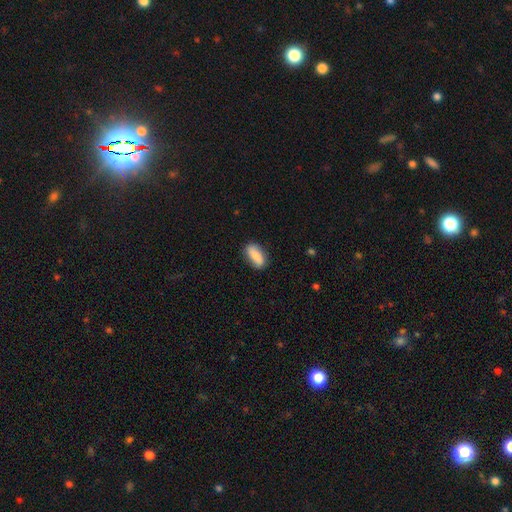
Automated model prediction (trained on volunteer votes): Morphology: type=smooth (77%); roundness=in between (85%); merging=none (82%).